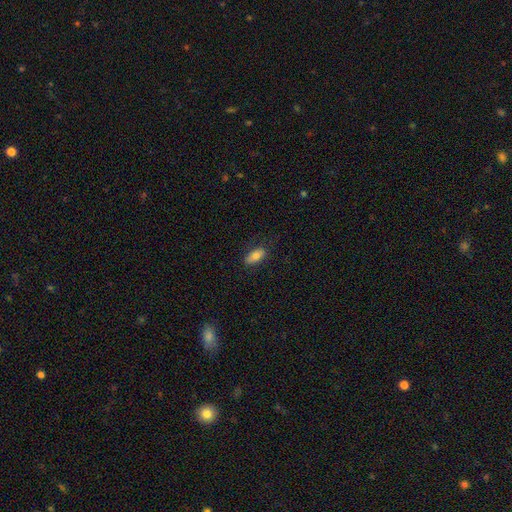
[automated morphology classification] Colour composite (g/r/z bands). It shows a smooth galaxy with no disk features (80%) that is in between round and cigar-shaped (87%). Merging: none (81%).